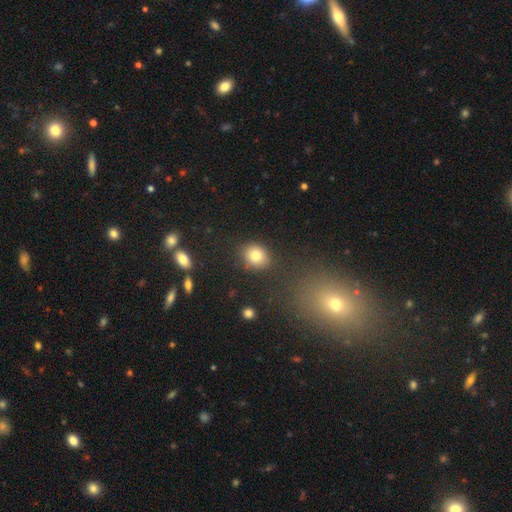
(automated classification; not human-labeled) This is clearly a smooth galaxy (80%). How rounded: possibly round (59%). Merging: clearly none (83%).